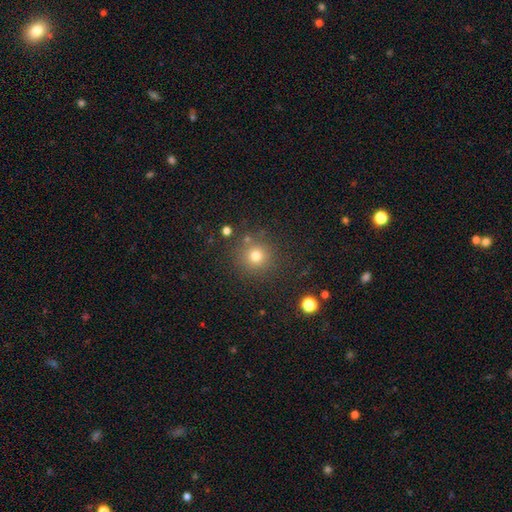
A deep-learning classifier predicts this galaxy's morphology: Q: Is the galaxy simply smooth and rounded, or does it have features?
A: smooth — 75%.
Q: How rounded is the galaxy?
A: round — 94%.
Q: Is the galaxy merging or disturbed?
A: none — 84%.